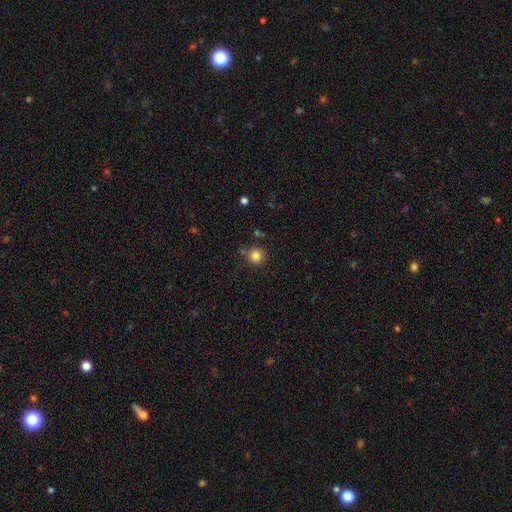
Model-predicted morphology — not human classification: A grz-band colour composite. It shows a smooth galaxy with no disk features (83%) that is round (95%). Merging: none (85%).